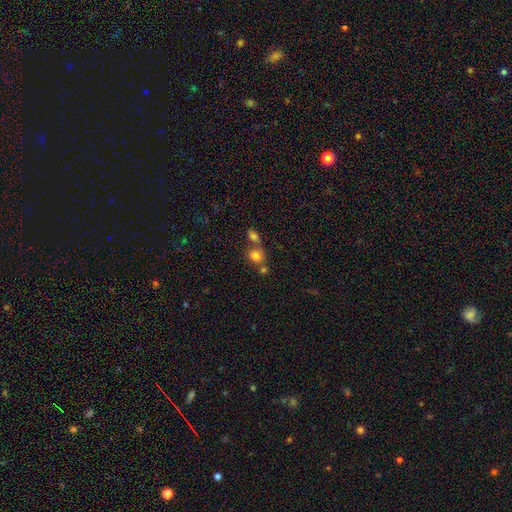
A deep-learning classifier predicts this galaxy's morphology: A smooth galaxy with no disk features (78%) that is round (65%).

Vote fractions:
- Smooth or featured? smooth: 78% / star or artifact: 12% / featured or disk: 9%
- How rounded? round: 65% / in between: 34% / cigar-shaped: 1%
- Merging? none: 44% / merger: 41% / minor disturbance: 10% / major disturbance: 5%